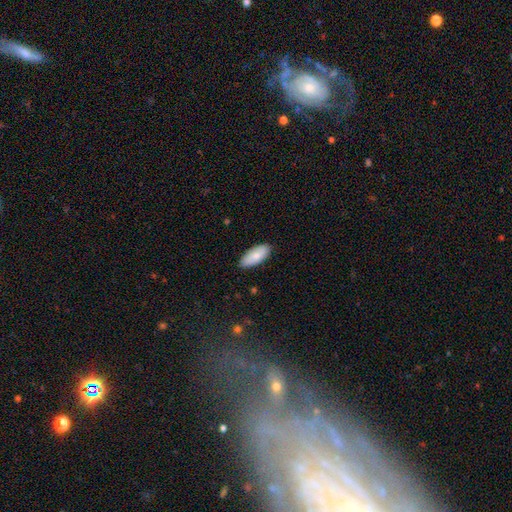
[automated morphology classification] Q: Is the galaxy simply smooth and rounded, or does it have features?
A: smooth — 83%.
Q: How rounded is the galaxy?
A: in between — 88%.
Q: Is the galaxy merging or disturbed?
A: none — 86%.